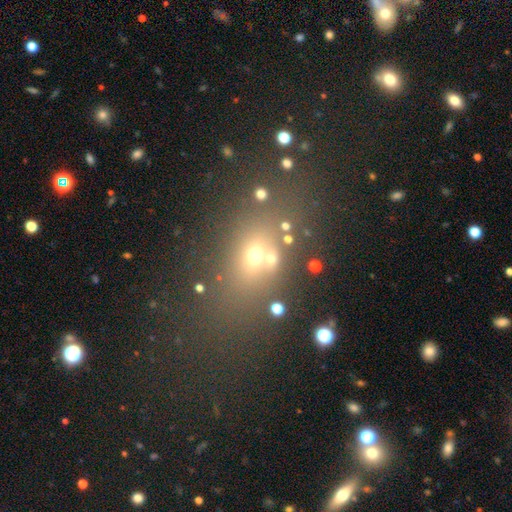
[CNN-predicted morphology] type=smooth (58%); roundness=in between (67%); merging=none (61%).